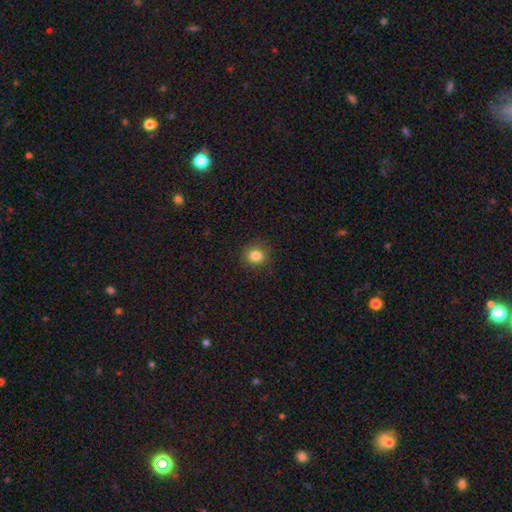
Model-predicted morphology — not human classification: smooth 83%, star or artifact 11%, featured or disk 6%. Down the decision tree: how rounded — round (86%); merging — none (88%).